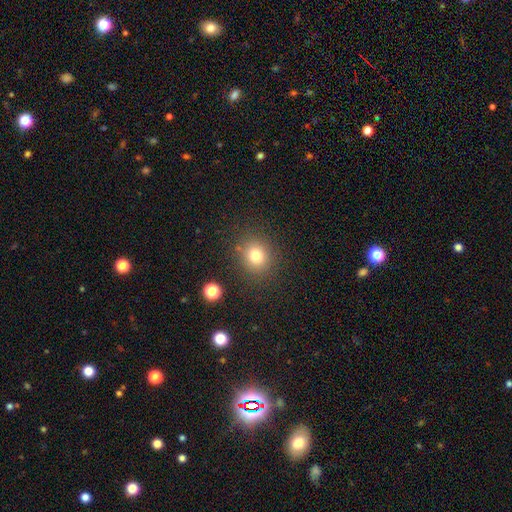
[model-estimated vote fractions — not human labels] Q: Smooth or featured?
A: smooth (78%); runner-up: star or artifact (14%)
Q: How rounded?
A: round (83%); runner-up: in between (16%)
Q: Merging?
A: none (85%); runner-up: minor disturbance (8%)